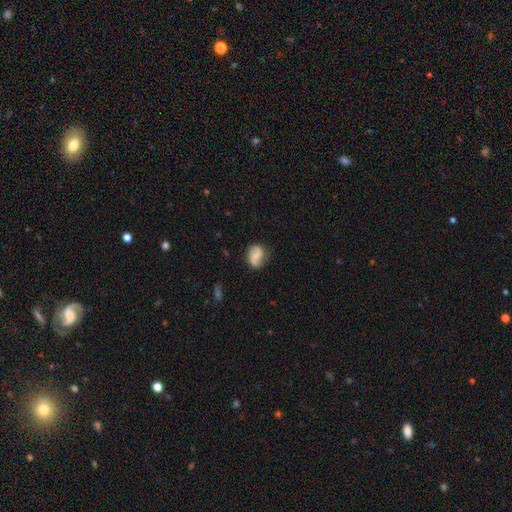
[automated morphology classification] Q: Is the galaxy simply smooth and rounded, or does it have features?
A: featured or disk — 47%.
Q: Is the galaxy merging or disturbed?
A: none — 62%.